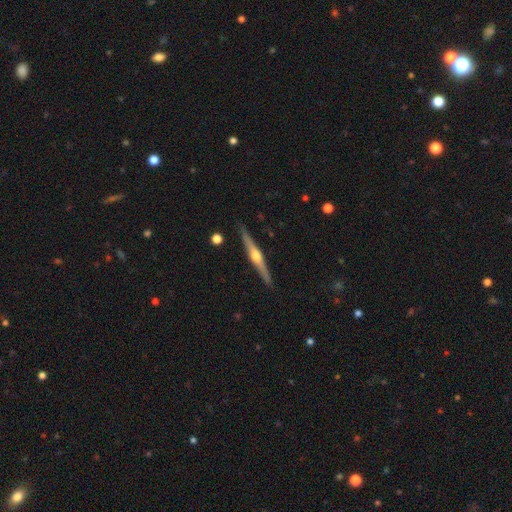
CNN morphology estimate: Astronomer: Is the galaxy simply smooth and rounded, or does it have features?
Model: featured or disk — 77%.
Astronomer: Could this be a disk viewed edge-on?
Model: yes — 98%.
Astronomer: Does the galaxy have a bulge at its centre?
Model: rounded — 93%.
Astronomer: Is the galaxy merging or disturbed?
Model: none — 90%.